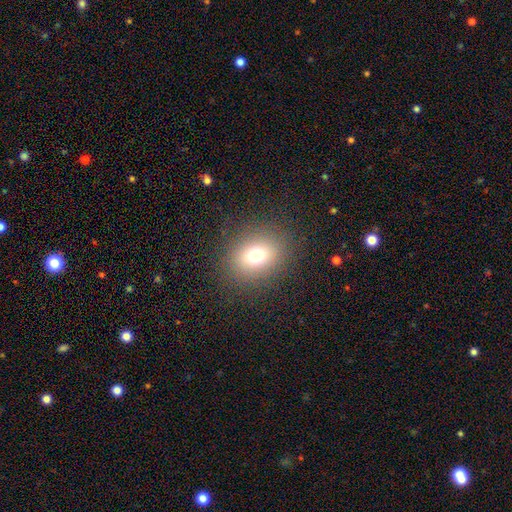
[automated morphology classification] smooth-or-featured: smooth: 72% | star or artifact: 17% | featured or disk: 11%
  how-rounded: round: 56% | in between: 43% | cigar-shaped: 1%
  merging: none: 85% | minor disturbance: 9% | major disturbance: 5% | merger: 1%